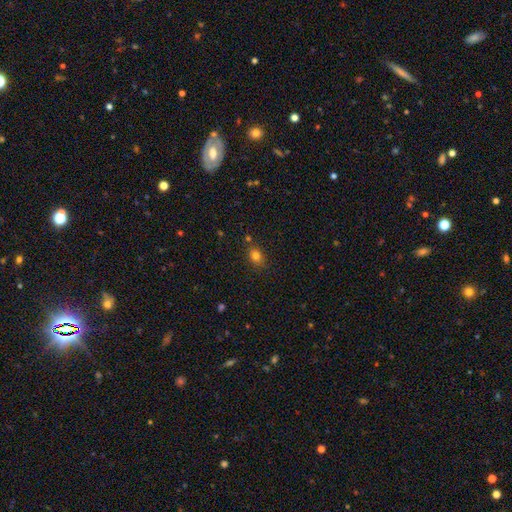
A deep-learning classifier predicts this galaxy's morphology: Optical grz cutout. It shows a smooth galaxy with no disk features (79%) that is in between round and cigar-shaped (55%). Merging: none (79%).